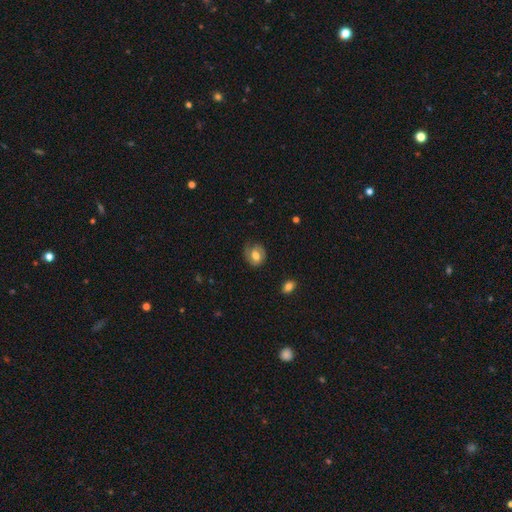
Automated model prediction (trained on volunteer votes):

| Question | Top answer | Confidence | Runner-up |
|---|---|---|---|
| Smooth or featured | smooth | 47% | featured or disk (45%) |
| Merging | none | 72% | minor disturbance (20%) |